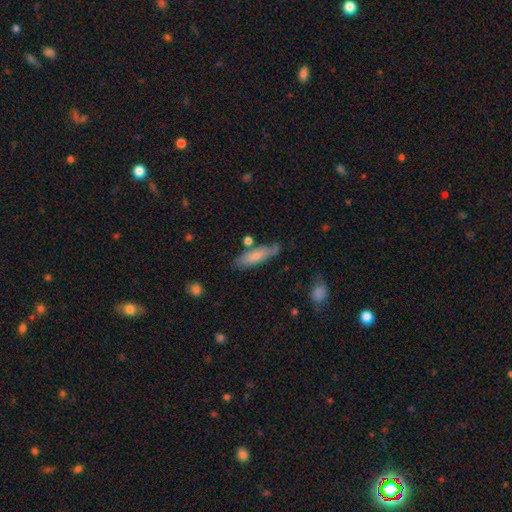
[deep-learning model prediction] Overall: smooth (70%). How rounded: cigar-shaped (54%; in between 44%). Merging: none (68%).